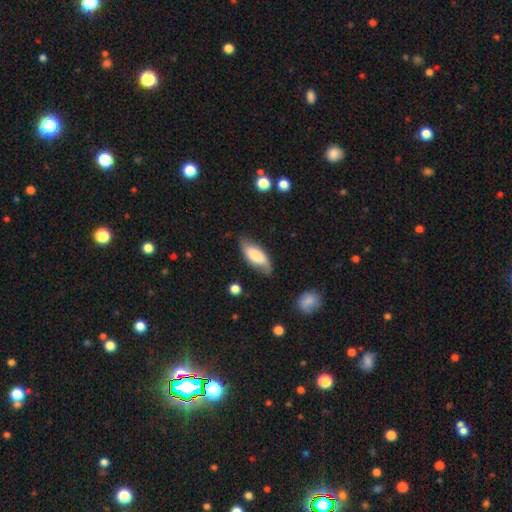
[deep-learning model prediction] Smooth or featured?
  - smooth: 69% *
  - featured or disk: 24%
  - star or artifact: 7%
How rounded?
  - in between: 80% *
  - cigar-shaped: 18%
  - round: 2%
Merging?
  - none: 64% *
  - minor disturbance: 27%
  - major disturbance: 6%
  - merger: 2%